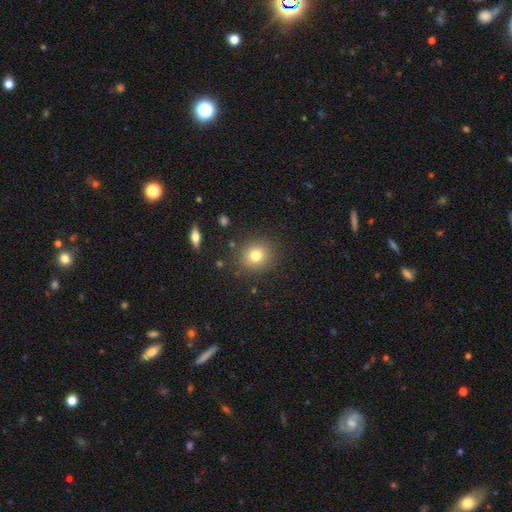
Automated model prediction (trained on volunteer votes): A smooth galaxy with no disk features (78%) that is round (82%).

Vote fractions:
- Smooth or featured? smooth: 78% / star or artifact: 12% / featured or disk: 10%
- How rounded? round: 82% / in between: 17% / cigar-shaped: 1%
- Merging? none: 86% / minor disturbance: 9% / major disturbance: 3% / merger: 2%